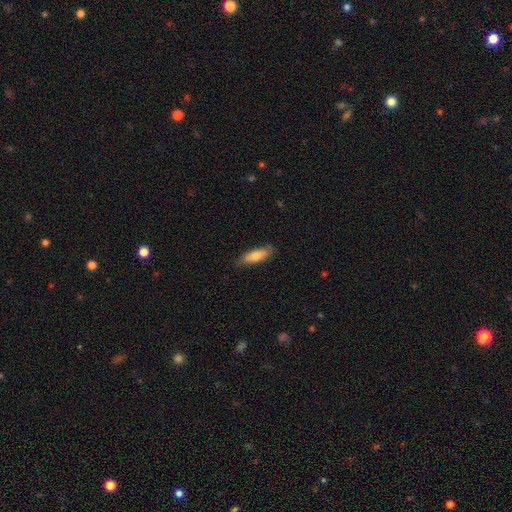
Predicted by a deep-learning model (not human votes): Overall: smooth (76%). How rounded: in between (56%; cigar-shaped 42%). Merging: none (81%).